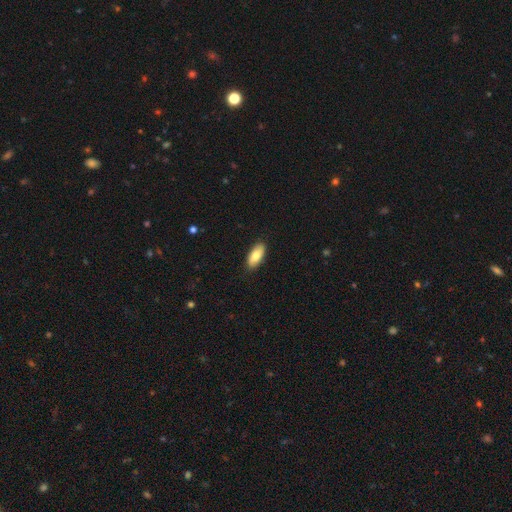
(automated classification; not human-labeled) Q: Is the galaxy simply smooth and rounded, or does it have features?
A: smooth — 78%.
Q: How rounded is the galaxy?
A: in between — 87%.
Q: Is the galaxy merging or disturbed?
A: none — 88%.